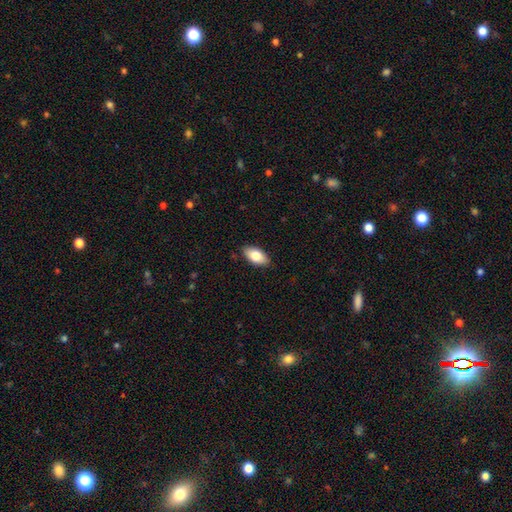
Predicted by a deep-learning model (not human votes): This is clearly a smooth galaxy (81%). How rounded: clearly in between (93%). Merging: clearly none (87%).